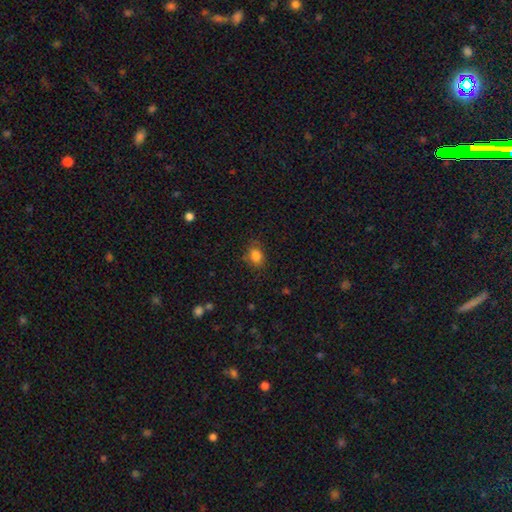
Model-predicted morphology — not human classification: A smooth galaxy with no disk features (83%) that is in between round and cigar-shaped (55%). Merging: none (75%).